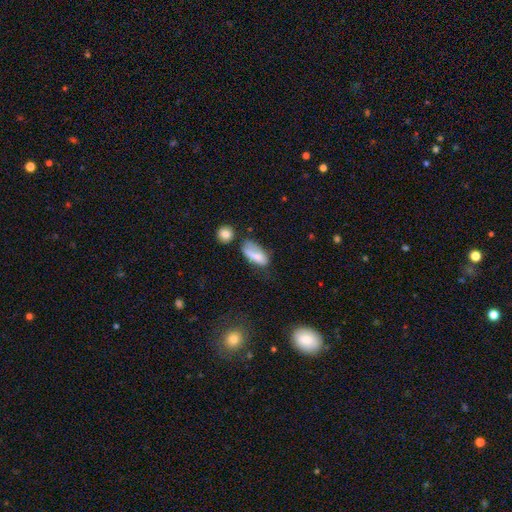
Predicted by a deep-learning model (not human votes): The model was most divided on "merging": none: 34%, minor disturbance: 32%, major disturbance: 23%, merger: 11%. More confident: how rounded — in between (82%); smooth or featured — smooth (72%).